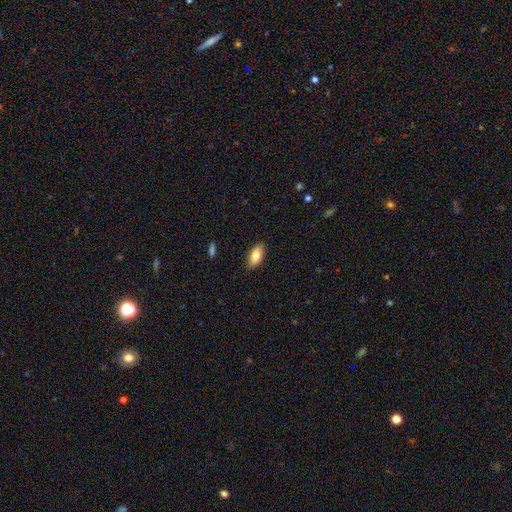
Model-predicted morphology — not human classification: A smooth galaxy with no disk features (80%) that is in between round and cigar-shaped (88%).

Vote fractions:
- Smooth or featured? smooth: 80% / featured or disk: 14% / star or artifact: 6%
- How rounded? in between: 88% / cigar-shaped: 10% / round: 3%
- Merging? none: 87% / minor disturbance: 10% / major disturbance: 2% / merger: 1%